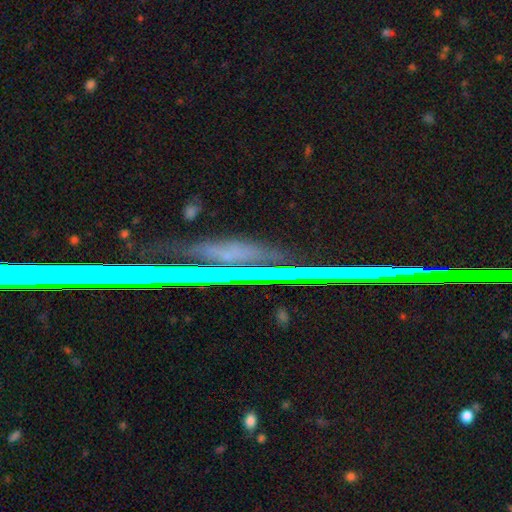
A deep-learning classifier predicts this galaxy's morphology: A star or artifact, not a galaxy (68%).

Vote fractions:
- Smooth or featured? star or artifact: 68% / featured or disk: 22% / smooth: 10%